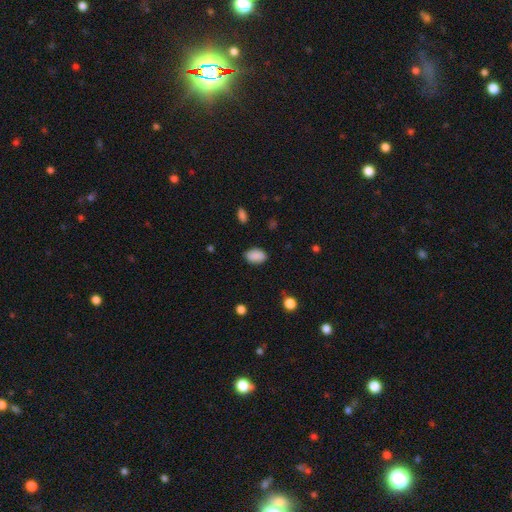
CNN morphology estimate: Q: Smooth or featured?
A: smooth (89%); runner-up: star or artifact (8%)
Q: How rounded?
A: in between (87%); runner-up: round (11%)
Q: Merging?
A: none (85%); runner-up: minor disturbance (11%)